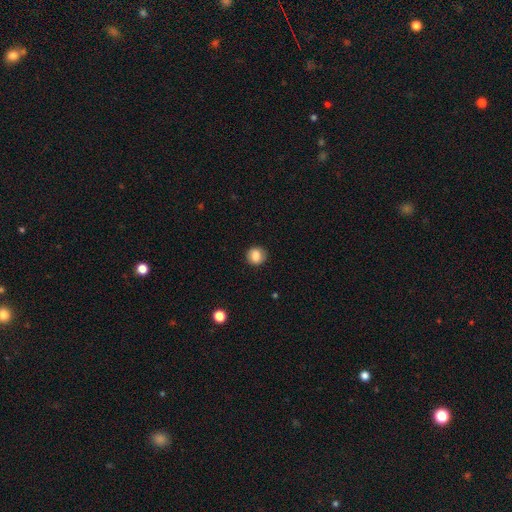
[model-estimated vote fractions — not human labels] Smooth or featured? smooth (82%)
How rounded? round (83%)
Merging? none (87%)